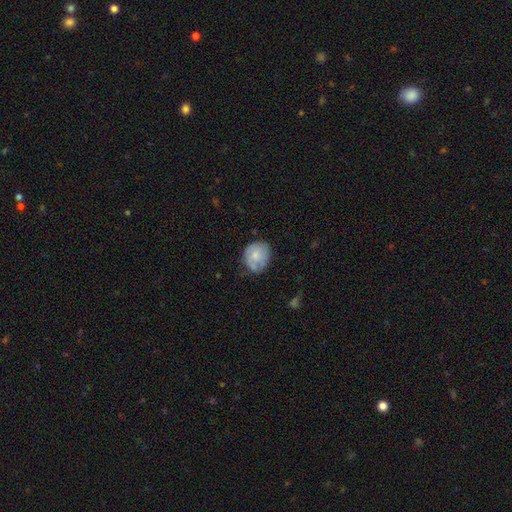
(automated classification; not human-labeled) Overall: smooth (65%; featured or disk 28%). How rounded: round (74%). Merging: none (58%; minor disturbance 30%).